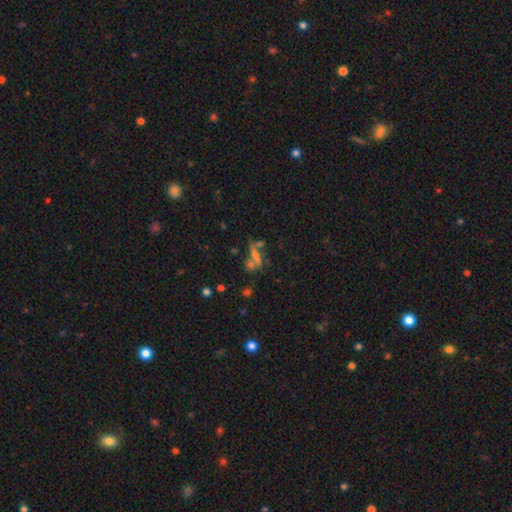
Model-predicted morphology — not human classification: Overall: smooth (37%; featured or disk 32%). Merging: none (38%; merger 31%).